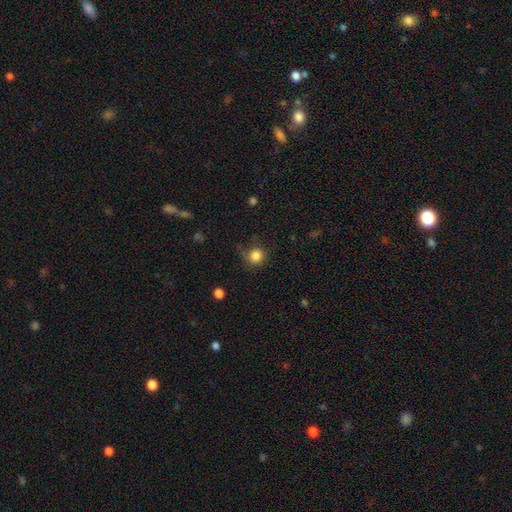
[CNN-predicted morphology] This appears to be a smooth galaxy with no disk features (84%) that is round (91%). Merging: none (77%).